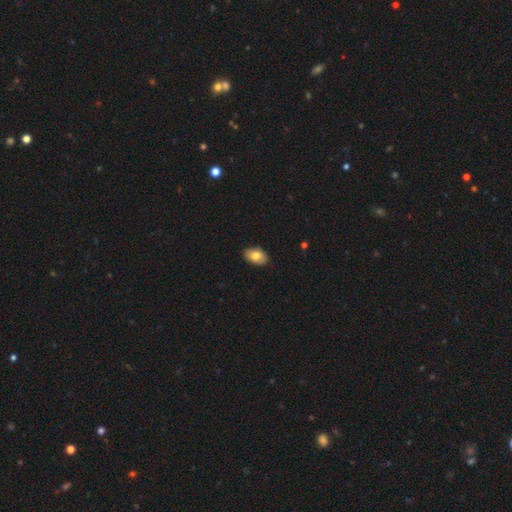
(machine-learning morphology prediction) smooth 79%, featured or disk 14%, star or artifact 7%. Down the decision tree: how rounded — in between (91%); merging — none (88%).